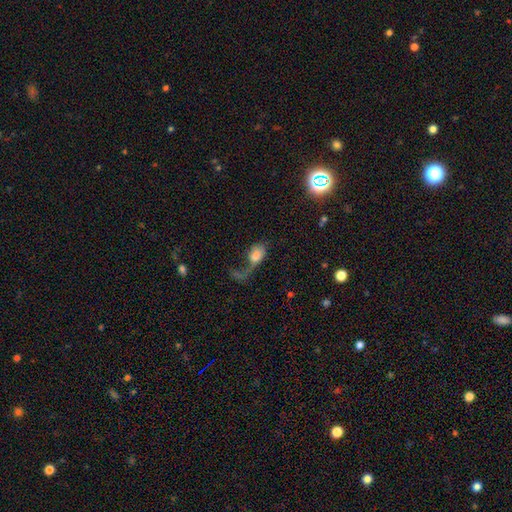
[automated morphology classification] Smooth or featured?
  - smooth: 66% *
  - featured or disk: 25%
  - star or artifact: 9%
How rounded?
  - in between: 80% *
  - round: 17%
  - cigar-shaped: 3%
Merging?
  - major disturbance: 58% *
  - none: 16%
  - minor disturbance: 13%
  - merger: 13%